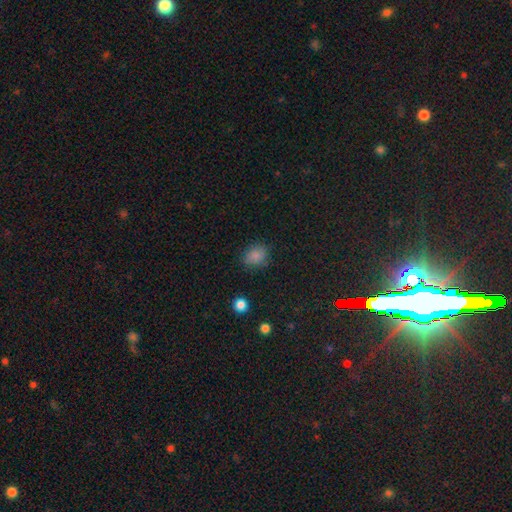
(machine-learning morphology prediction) smooth_or_featured: smooth (p=0.82) [alt: star or artifact p=0.12]
how_rounded: in between (p=0.50) [alt: round p=0.48]
merging: none (p=0.78) [alt: minor disturbance p=0.17]